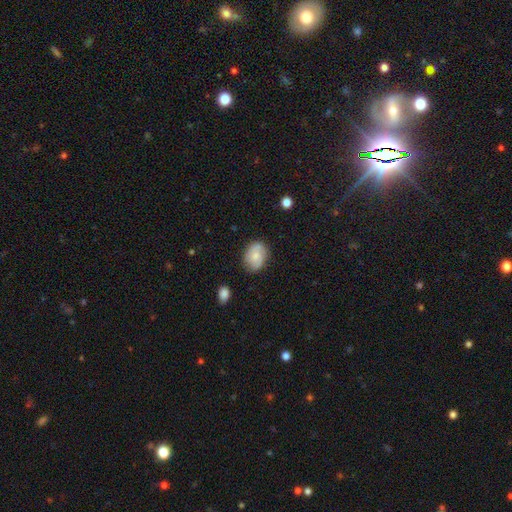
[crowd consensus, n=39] Q: Smooth or featured?
A: smooth (64%); runner-up: featured or disk (33%)
Q: How rounded?
A: in between (76%); runner-up: round (24%)
Q: Merging?
A: none (68%); runner-up: minor disturbance (24%)